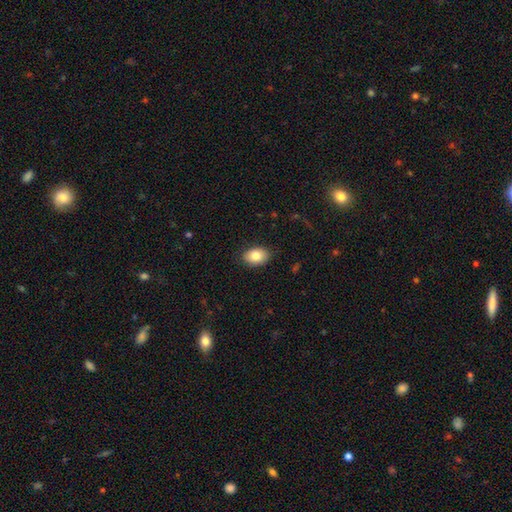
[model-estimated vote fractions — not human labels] The model was most divided on "how rounded": in between: 83%, round: 16%, cigar-shaped: 1%. More confident: merging — none (87%); smooth or featured — smooth (83%).